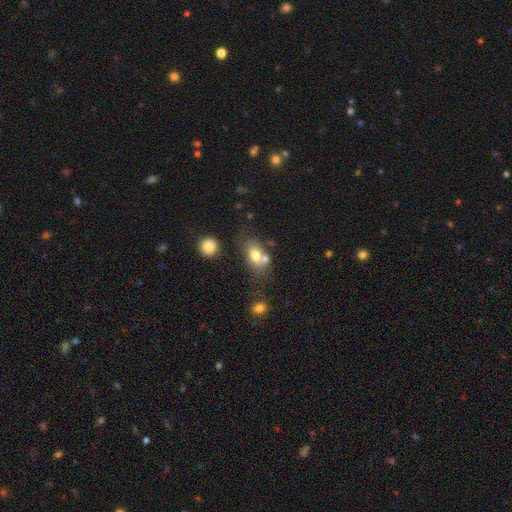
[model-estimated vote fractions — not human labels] A smooth galaxy with no disk features (72%) that is in between round and cigar-shaped (74%). Merging: none (45%).